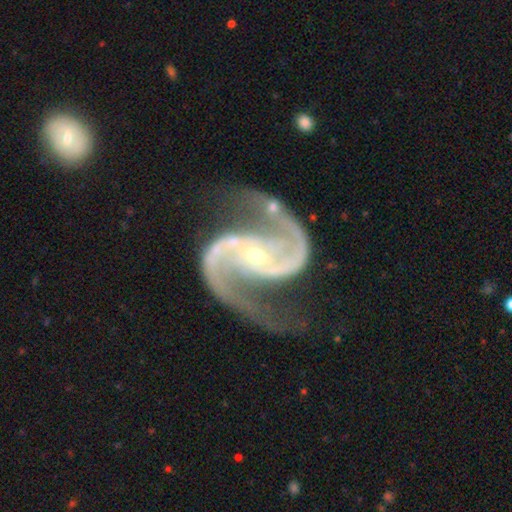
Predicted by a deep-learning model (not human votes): A featured or disk galaxy (95%) with no bar (44%), 2 (94%) medium (65%) spiral arms (99%) and a small central bulge (73%). Merging: none (71%).